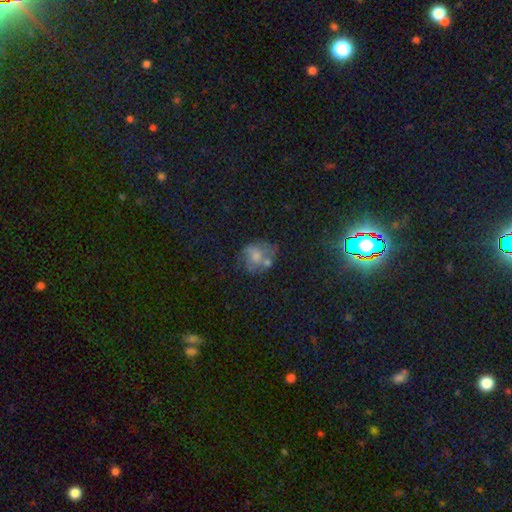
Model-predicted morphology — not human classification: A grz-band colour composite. It shows a smooth galaxy with no disk features (49%). Merging: none (39%).